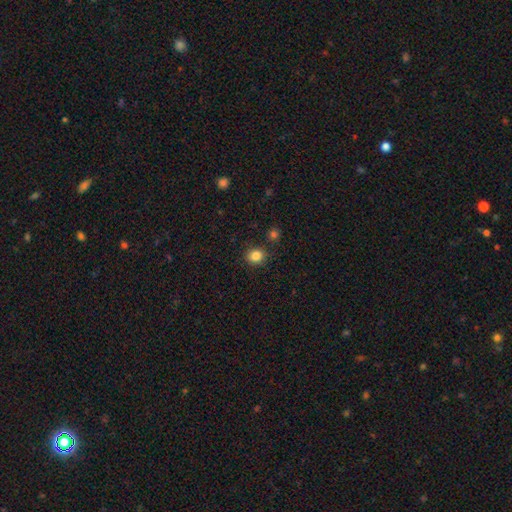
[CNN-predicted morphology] smooth_or_featured: smooth (p=0.85) [alt: star or artifact p=0.11]
how_rounded: round (p=0.76) [alt: in between p=0.24]
merging: none (p=0.85) [alt: minor disturbance p=0.08]